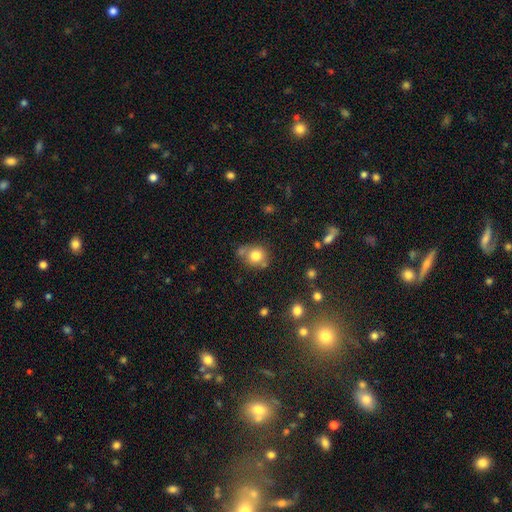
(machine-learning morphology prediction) smooth_or_featured: smooth (p=0.79) [alt: star or artifact p=0.11]
how_rounded: round (p=0.80) [alt: in between p=0.19]
merging: none (p=0.63) [alt: minor disturbance p=0.16]